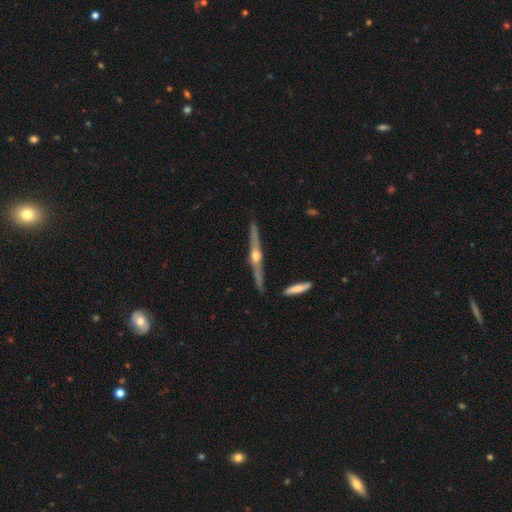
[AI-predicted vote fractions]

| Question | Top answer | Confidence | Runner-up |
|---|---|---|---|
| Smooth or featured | featured or disk | 83% | smooth (11%) |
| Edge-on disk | yes | 98% | no (2%) |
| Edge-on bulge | rounded | 95% | boxy (3%) |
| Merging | none | 88% | minor disturbance (8%) |